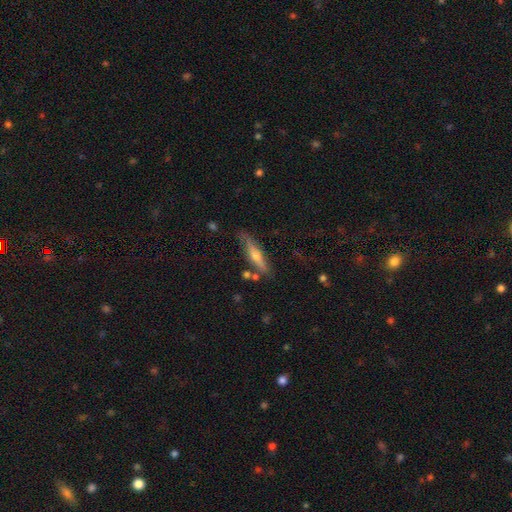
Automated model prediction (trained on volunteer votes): smooth-or-featured: featured or disk: 59% | smooth: 34% | star or artifact: 7%
  disk-edge-on: yes: 92% | no: 8%
    edge-on-bulge: rounded: 90% | none: 6% | boxy: 3%
  merging: none: 77% | minor disturbance: 15% | merger: 4% | major disturbance: 3%